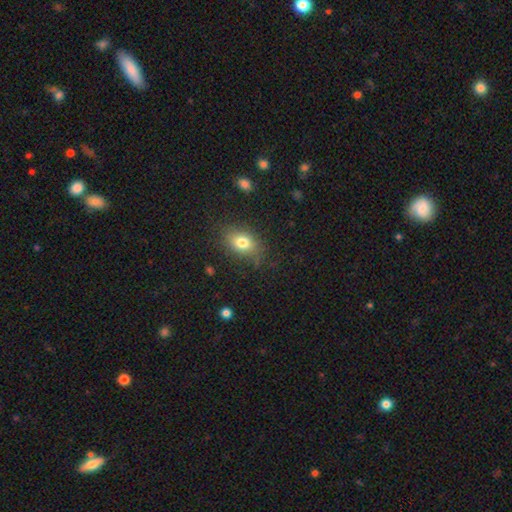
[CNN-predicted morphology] This appears to be a smooth galaxy with no disk features (76%) that is in between round and cigar-shaped (73%). Merging: none (79%).